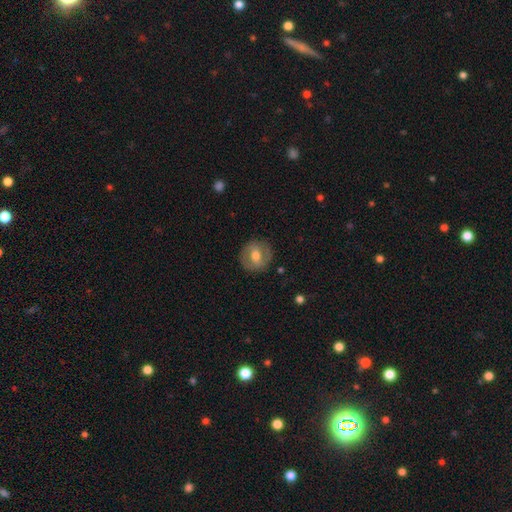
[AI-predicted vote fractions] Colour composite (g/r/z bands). It shows a featured or disk galaxy (47%). Merging: none (85%).